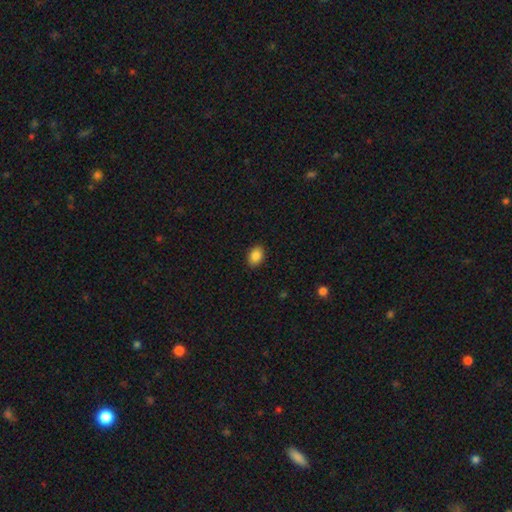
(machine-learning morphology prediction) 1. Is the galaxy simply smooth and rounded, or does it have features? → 88% smooth, 8% star or artifact, 4% featured or disk.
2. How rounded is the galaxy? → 78% in between, 21% round, 1% cigar-shaped.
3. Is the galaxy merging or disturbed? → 90% none, 7% minor disturbance, 2% major disturbance, 1% merger.